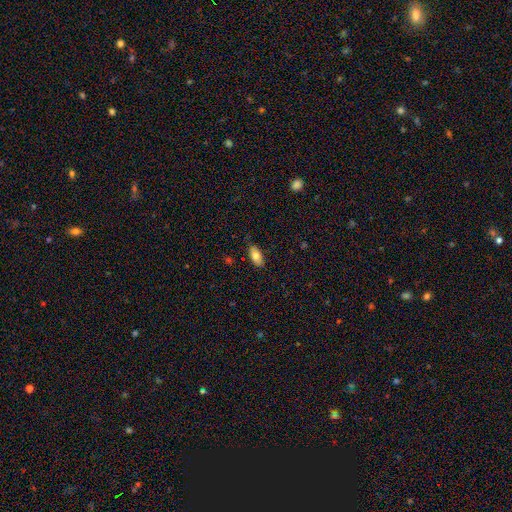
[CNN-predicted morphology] Q: Smooth or featured?
A: smooth (78%); runner-up: featured or disk (15%)
Q: How rounded?
A: in between (91%); runner-up: cigar-shaped (6%)
Q: Merging?
A: none (83%); runner-up: minor disturbance (14%)